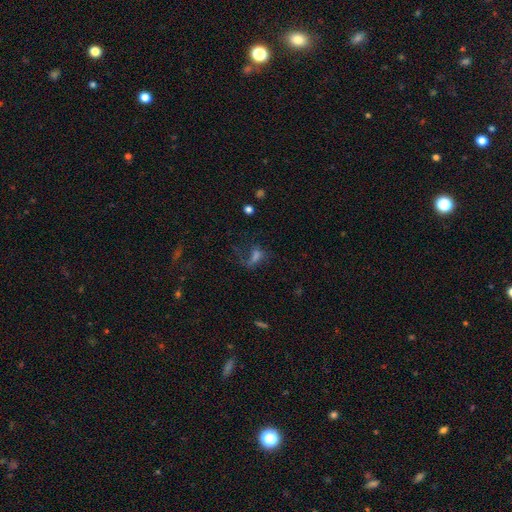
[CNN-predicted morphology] Smooth or featured? Predicted: featured or disk (p=0.40). Merging? Predicted: major disturbance (p=0.45).